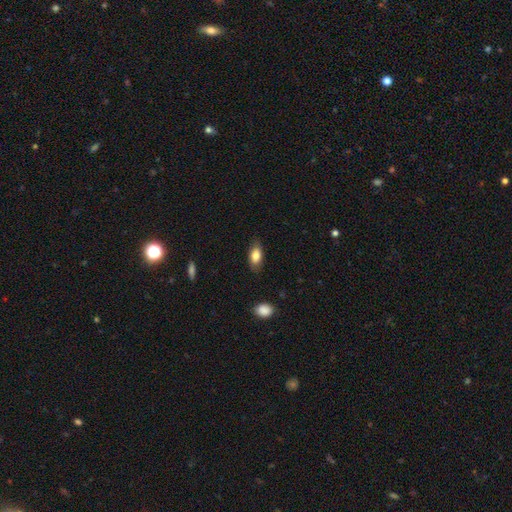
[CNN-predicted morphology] Overall: smooth (82%). How rounded: in between (88%). Merging: none (83%).